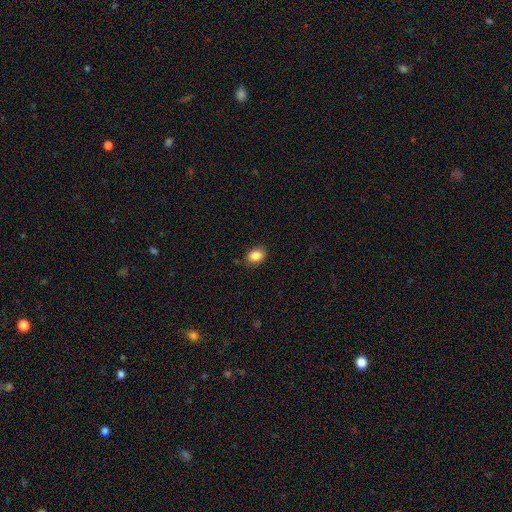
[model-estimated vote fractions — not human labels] Overall: smooth (86%). How rounded: in between (66%; round 33%). Merging: none (84%).